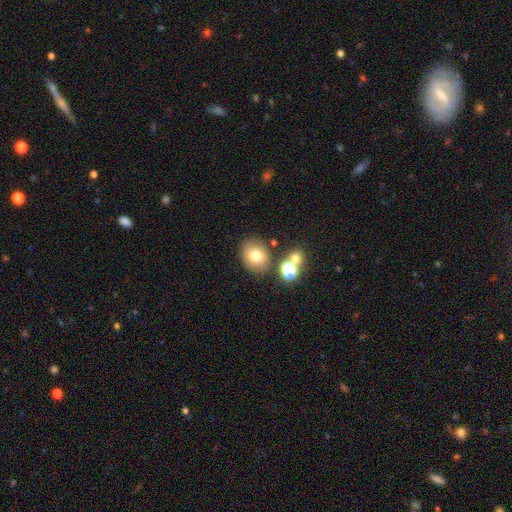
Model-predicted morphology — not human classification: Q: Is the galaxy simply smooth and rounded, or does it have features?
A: smooth — 74%.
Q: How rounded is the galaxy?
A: round — 62%.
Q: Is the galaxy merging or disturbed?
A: none — 77%.